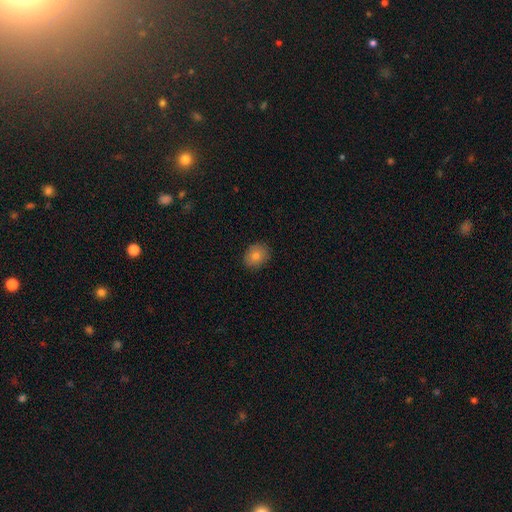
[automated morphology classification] Smooth or featured? smooth (79%)
How rounded? round (57%)
Merging? none (87%)